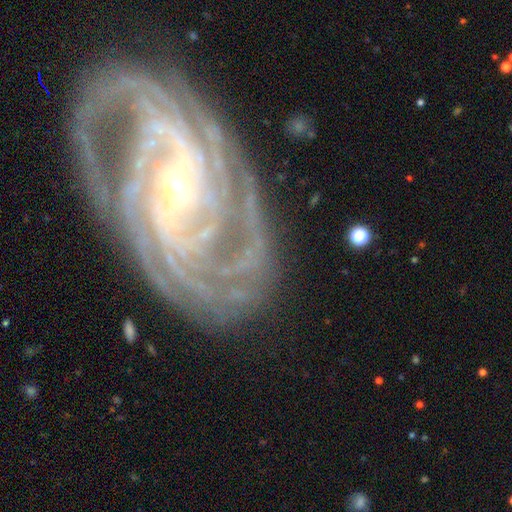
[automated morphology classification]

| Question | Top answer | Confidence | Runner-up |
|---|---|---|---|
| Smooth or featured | featured or disk | 89% | star or artifact (6%) |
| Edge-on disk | no | 96% | yes (4%) |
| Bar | no | 37% | weak (35%) |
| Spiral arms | yes | 98% | no (2%) |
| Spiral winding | tight | 72% | medium (23%) |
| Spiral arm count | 4 | 24% | 3 (20%) |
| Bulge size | small | 61% | moderate (34%) |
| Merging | none | 76% | minor disturbance (15%) |